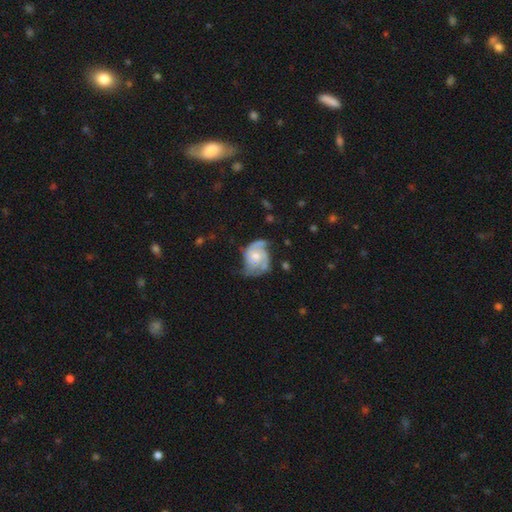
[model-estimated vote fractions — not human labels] Smooth or featured? Predicted: featured or disk (p=0.80). Edge-on disk? Predicted: no (p=0.98). Bar? Predicted: no (p=0.72). Spiral arms? Predicted: yes (p=0.93). Spiral winding? Predicted: tight (p=0.46). Spiral arm count? Predicted: 2 (p=0.39). Bulge size? Predicted: moderate (p=0.58). Merging? Predicted: none (p=0.46).